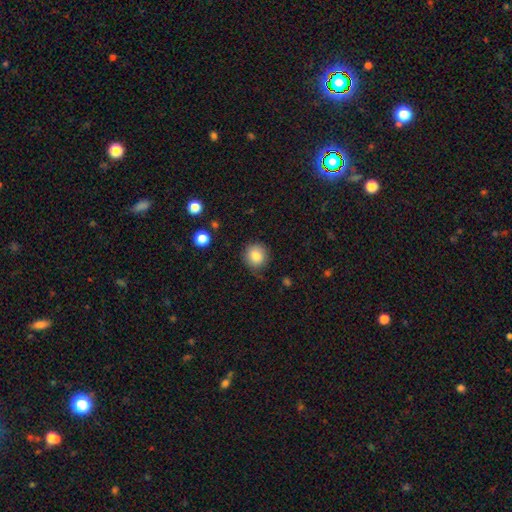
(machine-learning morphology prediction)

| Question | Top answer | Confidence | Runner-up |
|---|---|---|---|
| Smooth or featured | smooth | 84% | star or artifact (10%) |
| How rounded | round | 90% | in between (9%) |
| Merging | none | 81% | minor disturbance (14%) |